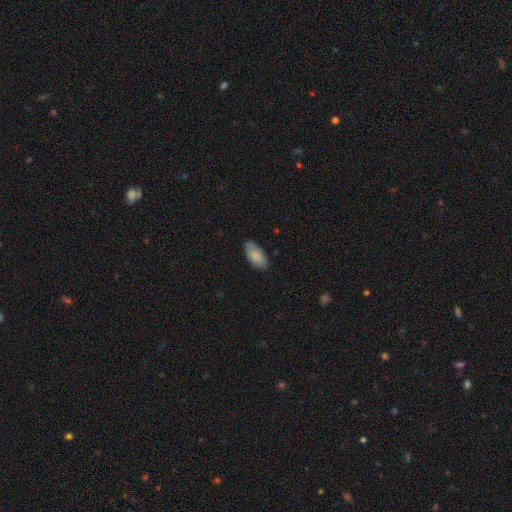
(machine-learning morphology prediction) smooth 81%, featured or disk 13%, star or artifact 6%. Down the decision tree: how rounded — in between (93%); merging — none (75%).